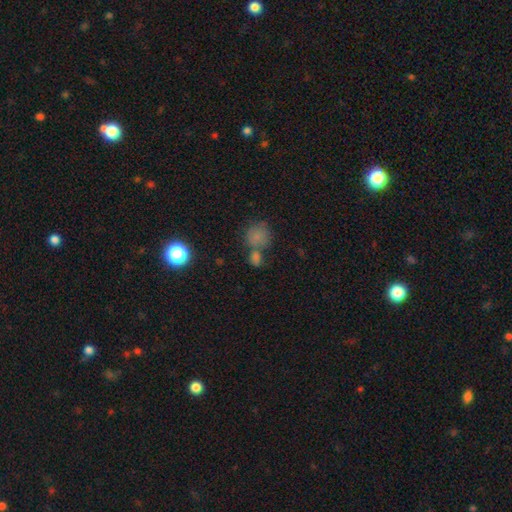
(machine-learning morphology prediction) Overall: smooth (68%). How rounded: round (82%). Merging: none (54%; merger 31%).